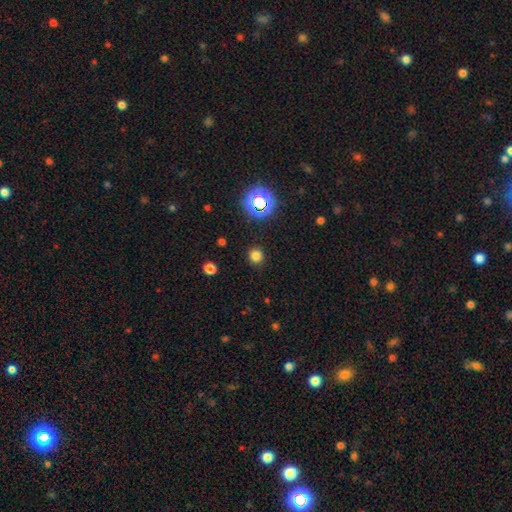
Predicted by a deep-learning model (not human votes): Smooth or featured? smooth (76%)
How rounded? round (92%)
Merging? none (90%)